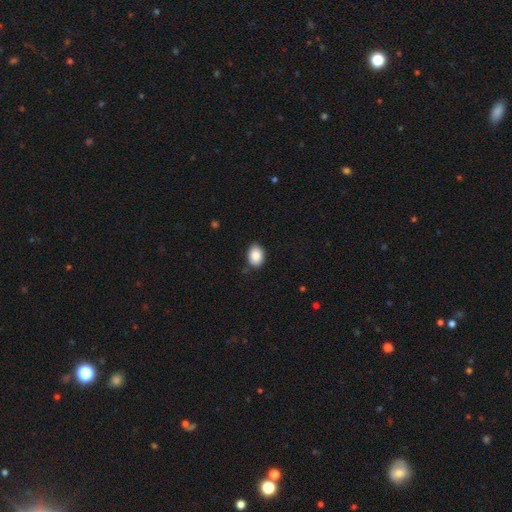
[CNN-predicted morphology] smooth 87%, star or artifact 8%, featured or disk 5%. Down the decision tree: how rounded — in between (75%); merging — none (81%).